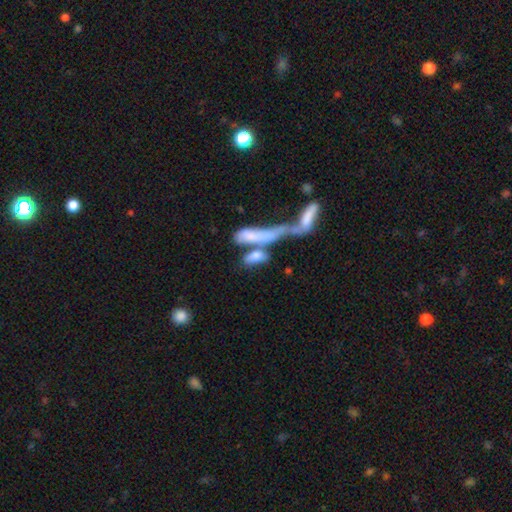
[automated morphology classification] smooth 71%, featured or disk 21%, star or artifact 8%. Down the decision tree: how rounded — in between (52%); merging — merger (53%).